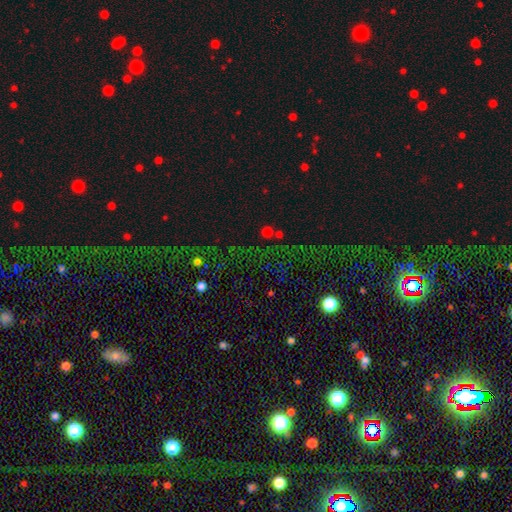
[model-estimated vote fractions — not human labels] Q: Smooth or featured?
A: star or artifact (78%); runner-up: smooth (13%)